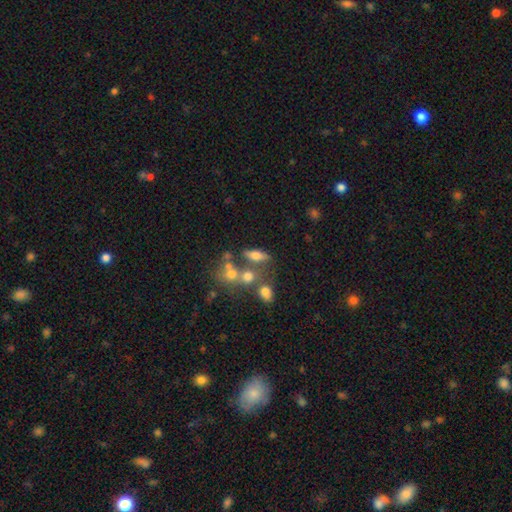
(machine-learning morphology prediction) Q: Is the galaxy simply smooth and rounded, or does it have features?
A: smooth — 58%.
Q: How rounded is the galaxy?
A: in between — 64%.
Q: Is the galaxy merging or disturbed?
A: none — 52%.